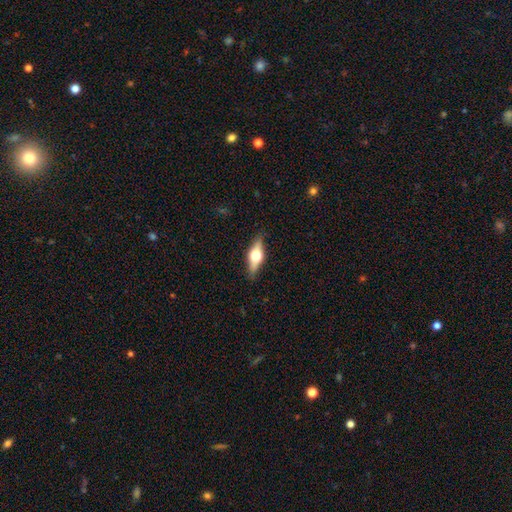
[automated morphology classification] Smooth or featured: featured or disk — 57% (smooth — 36%)
Edge-on disk: yes — 94% (no — 6%)
Edge-on bulge: rounded — 94% (boxy — 4%)
Merging: none — 86% (minor disturbance — 10%)